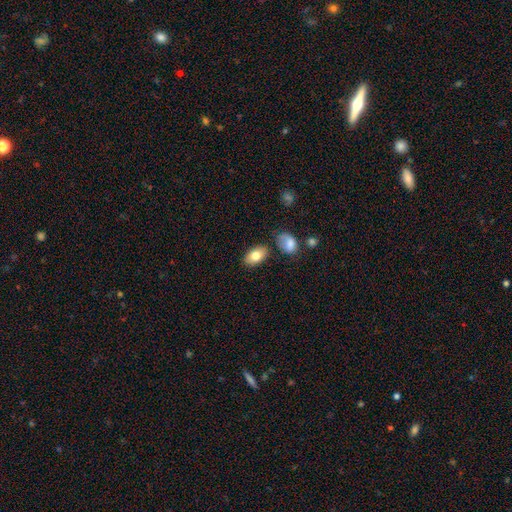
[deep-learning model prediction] smooth 79%, featured or disk 14%, star or artifact 7%. Down the decision tree: how rounded — in between (92%); merging — none (79%).